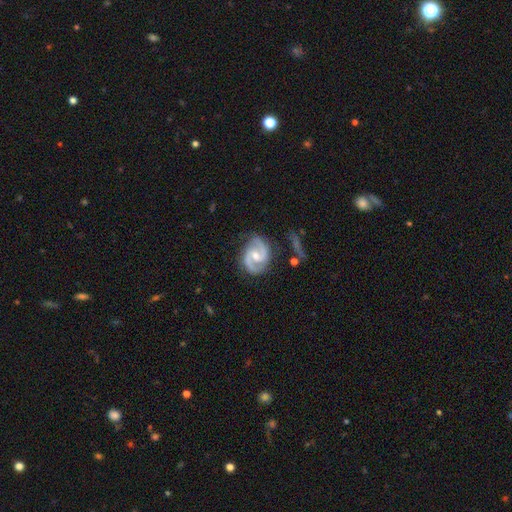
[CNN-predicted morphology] smooth-or-featured: featured or disk: 91% | smooth: 5% | star or artifact: 4%
  disk-edge-on: no: 98% | yes: 2%
    bar: weak: 49% | no: 34% | strong: 17%
    has-spiral-arms: yes: 98% | no: 2%
      spiral-winding: medium: 59% | tight: 29% | loose: 12%
      spiral-arm-count: 2: 93% | can't tell: 2% | 3: 2% | 1: 1% | 4: 1% | more than 4: 1%
    bulge-size: moderate: 59% | small: 35% | none: 3% | large: 2% | dominant: 1%
  merging: none: 78% | minor disturbance: 15% | major disturbance: 4% | merger: 2%